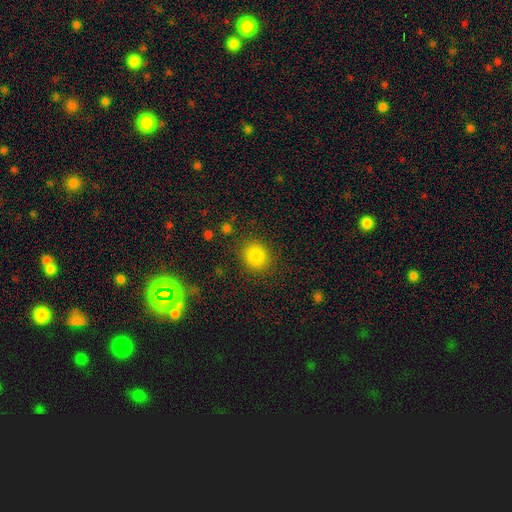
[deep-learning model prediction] smooth-or-featured: smooth: 84% | star or artifact: 11% | featured or disk: 5%
  how-rounded: round: 83% | in between: 16% | cigar-shaped: 1%
  merging: none: 87% | minor disturbance: 8% | major disturbance: 3% | merger: 2%